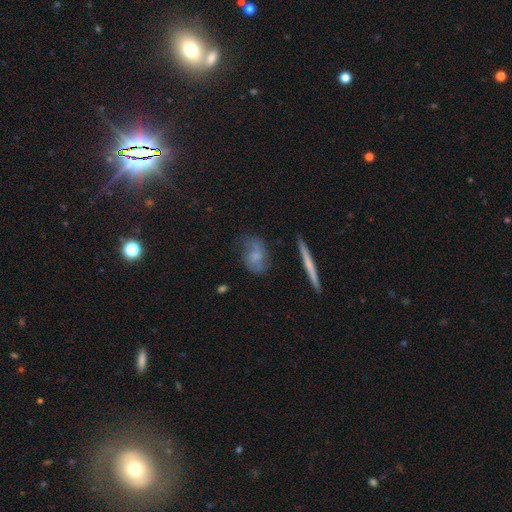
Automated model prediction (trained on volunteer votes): Overall: smooth (53%; featured or disk 37%). How rounded: in between (68%). Merging: none (58%; minor disturbance 27%).